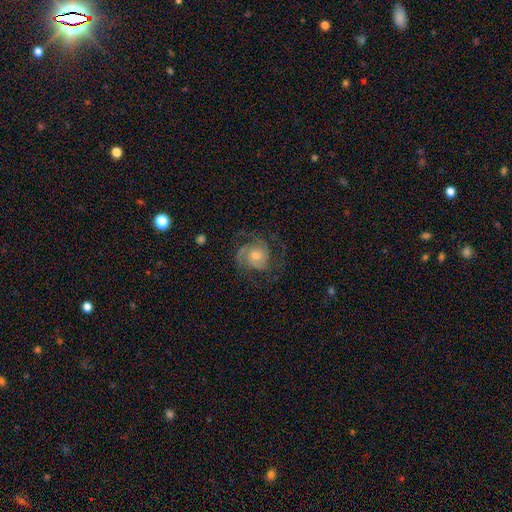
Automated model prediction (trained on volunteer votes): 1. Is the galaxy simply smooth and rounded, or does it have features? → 83% featured or disk, 10% smooth, 7% star or artifact.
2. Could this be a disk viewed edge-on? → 98% no, 2% yes.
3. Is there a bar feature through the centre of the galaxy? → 73% no, 23% weak, 4% strong.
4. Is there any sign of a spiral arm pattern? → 96% yes, 4% no.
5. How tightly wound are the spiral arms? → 46% tight, 43% medium, 11% loose.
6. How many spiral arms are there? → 53% 2, 21% 3, 13% can't tell, 6% 1, 4% 4, 4% more than 4.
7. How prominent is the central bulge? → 52% moderate, 37% small, 6% large, 3% none, 1% dominant.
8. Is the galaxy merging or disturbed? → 71% none, 16% minor disturbance, 12% major disturbance, 1% merger.